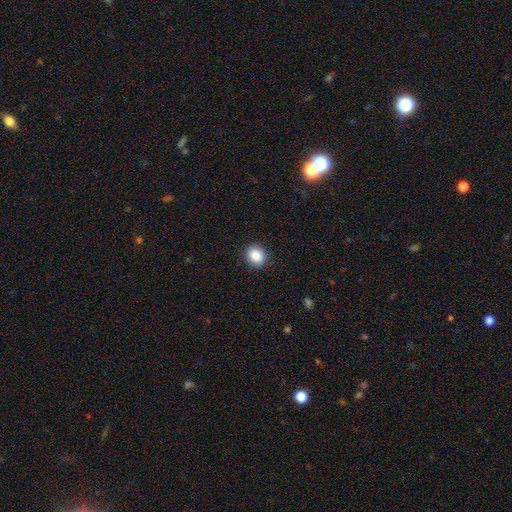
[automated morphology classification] Smooth or featured? smooth (88%)
How rounded? round (73%)
Merging? none (90%)